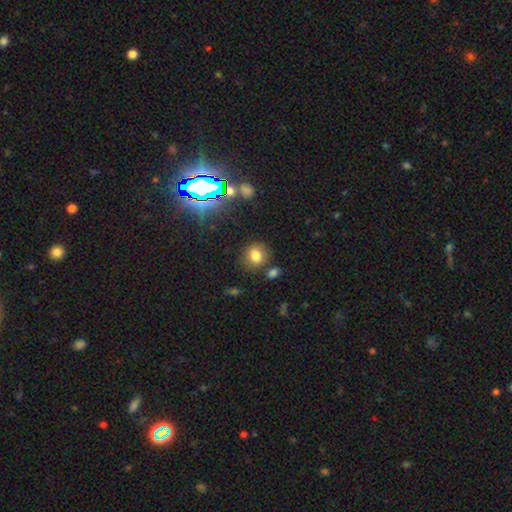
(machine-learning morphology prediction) smooth 78%, star or artifact 14%, featured or disk 8%. Down the decision tree: how rounded — round (71%); merging — none (78%).